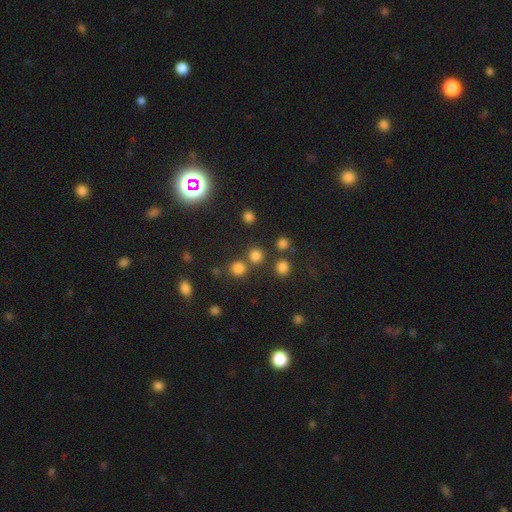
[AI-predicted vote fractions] A smooth galaxy with no disk features (75%) that is round (90%).

Vote fractions:
- Smooth or featured? smooth: 75% / star or artifact: 20% / featured or disk: 5%
- How rounded? round: 90% / in between: 9% / cigar-shaped: 1%
- Merging? none: 74% / merger: 16% / minor disturbance: 7% / major disturbance: 3%